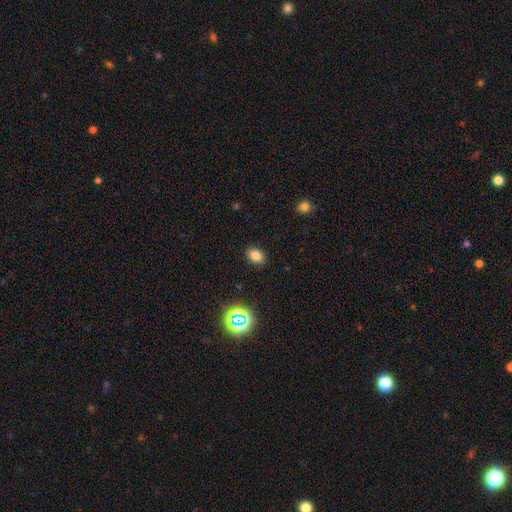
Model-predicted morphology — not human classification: Q: Smooth or featured?
A: smooth (78%); runner-up: star or artifact (15%)
Q: How rounded?
A: in between (74%); runner-up: round (24%)
Q: Merging?
A: none (88%); runner-up: minor disturbance (8%)